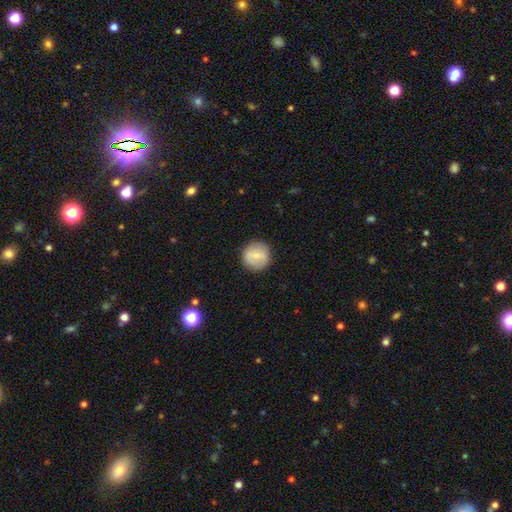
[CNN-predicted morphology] A smooth galaxy with no disk features (70%) that is round (94%).

Vote fractions:
- Smooth or featured? smooth: 70% / featured or disk: 23% / star or artifact: 7%
- How rounded? round: 94% / in between: 5% / cigar-shaped: 1%
- Merging? none: 89% / minor disturbance: 8% / major disturbance: 2% / merger: 1%